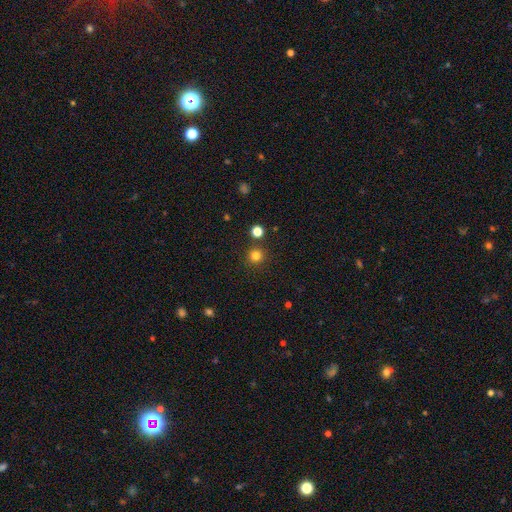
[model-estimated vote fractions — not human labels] The model was most divided on "smooth or featured": smooth: 79%, star or artifact: 16%, featured or disk: 5%. More confident: how rounded — round (94%); merging — none (87%).